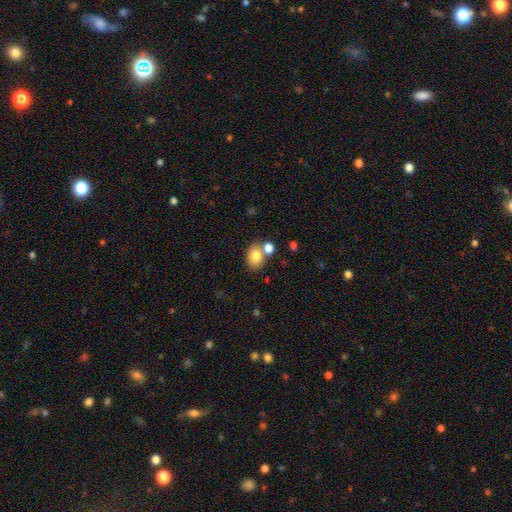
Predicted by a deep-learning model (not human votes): Smooth or featured: smooth — 80% (featured or disk — 11%)
How rounded: in between — 66% (round — 33%)
Merging: none — 58% (merger — 27%)